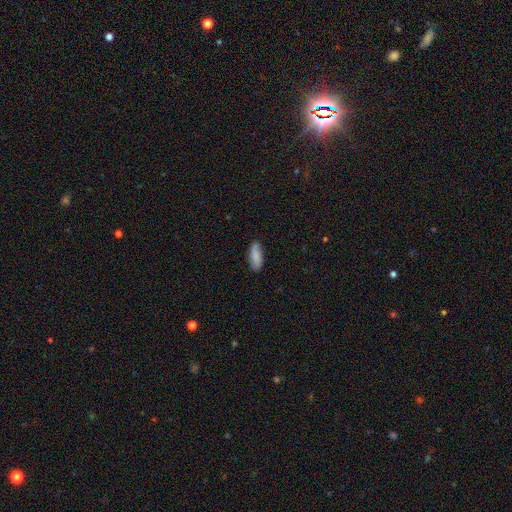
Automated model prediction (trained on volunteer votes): Smooth or featured: smooth — 83% (featured or disk — 11%)
How rounded: in between — 70% (cigar-shaped — 29%)
Merging: none — 81% (minor disturbance — 15%)